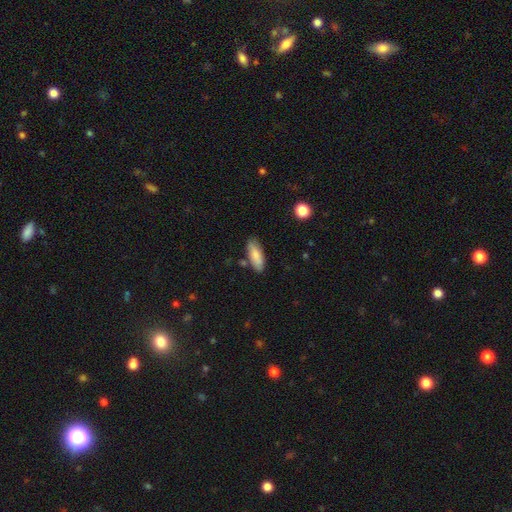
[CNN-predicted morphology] smooth_or_featured: smooth (p=0.79) [alt: featured or disk p=0.15]
how_rounded: in between (p=0.68) [alt: cigar-shaped p=0.30]
merging: none (p=0.77) [alt: minor disturbance p=0.15]